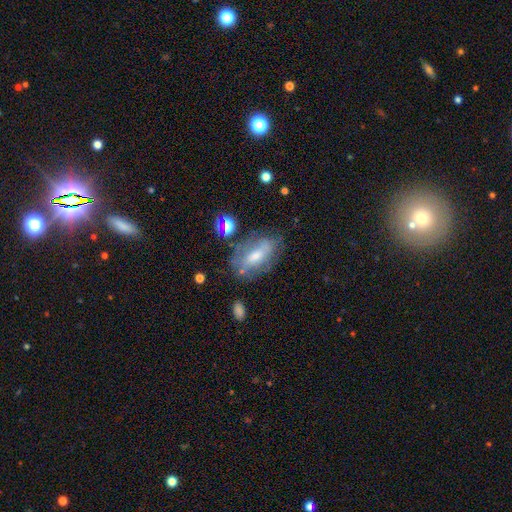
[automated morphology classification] Overall: featured or disk (46%; smooth 45%). Merging: none (60%; minor disturbance 23%).